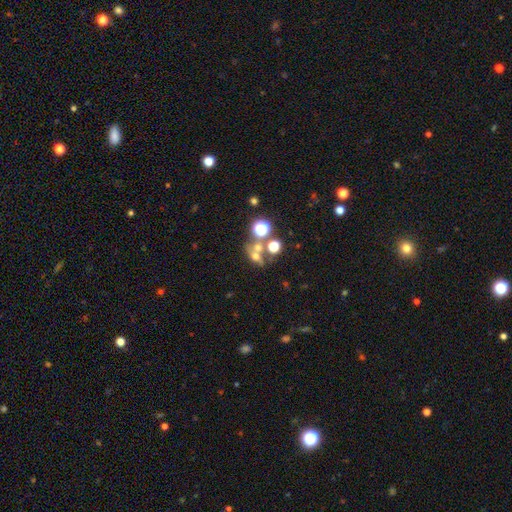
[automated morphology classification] Overall: smooth (49%; star or artifact 27%). Merging: merger (41%, tied with none).